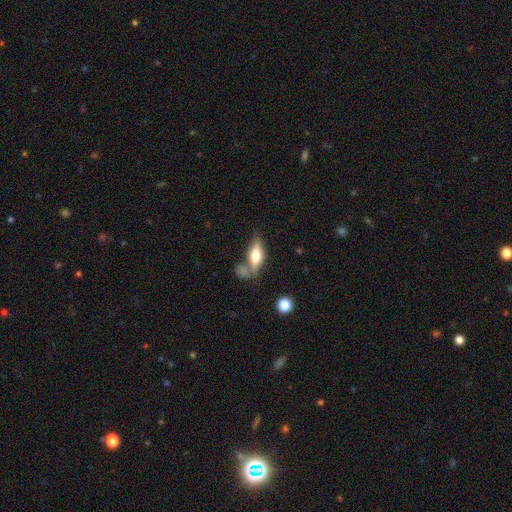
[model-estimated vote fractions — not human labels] A smooth galaxy with no disk features (61%) that is in between round and cigar-shaped (69%).

Vote fractions:
- Smooth or featured? smooth: 61% / featured or disk: 32% / star or artifact: 7%
- How rounded? in between: 69% / cigar-shaped: 26% / round: 4%
- Merging? none: 46% / merger: 27% / minor disturbance: 18% / major disturbance: 9%